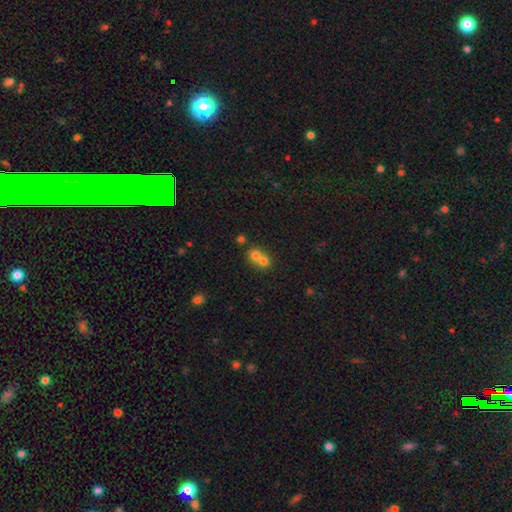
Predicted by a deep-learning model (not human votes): Smooth or featured: smooth — 71% (featured or disk — 15%)
How rounded: round — 82% (in between — 17%)
Merging: merger — 64% (none — 31%)